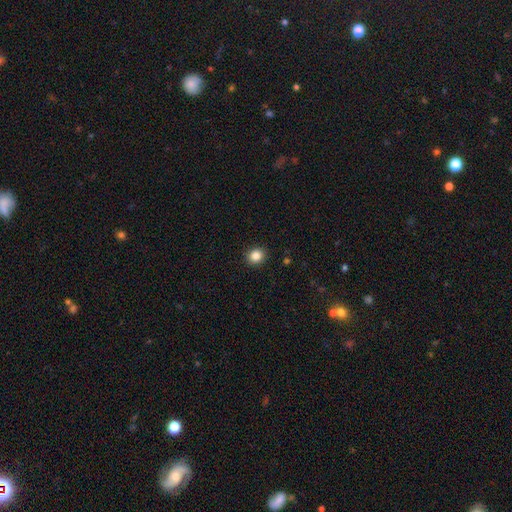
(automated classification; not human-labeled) Morphology: type=smooth (85%); roundness=round (81%); merging=none (92%).